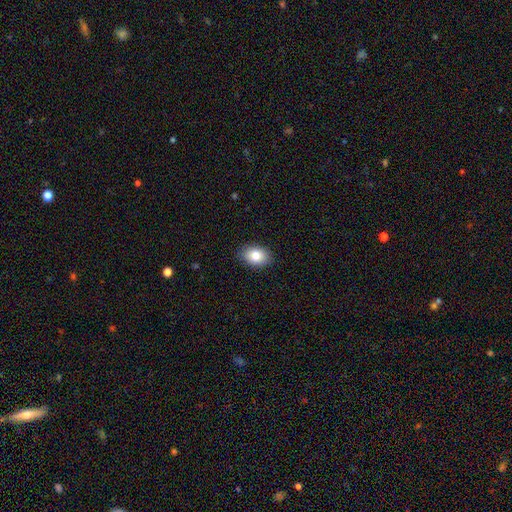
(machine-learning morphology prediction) Smooth or featured? smooth (83%)
How rounded? in between (82%)
Merging? none (88%)